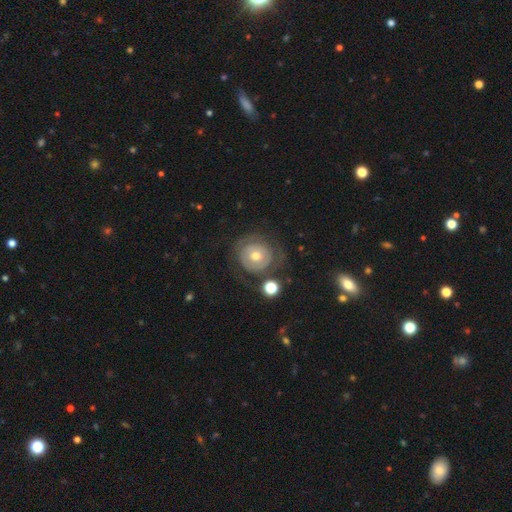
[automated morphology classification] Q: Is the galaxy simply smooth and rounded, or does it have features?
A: featured or disk — 55%.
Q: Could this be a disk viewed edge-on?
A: no — 96%.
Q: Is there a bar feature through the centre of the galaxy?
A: no — 81%.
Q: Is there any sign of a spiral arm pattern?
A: yes — 53%.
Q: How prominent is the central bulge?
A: moderate — 64%.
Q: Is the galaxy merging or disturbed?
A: none — 61%.